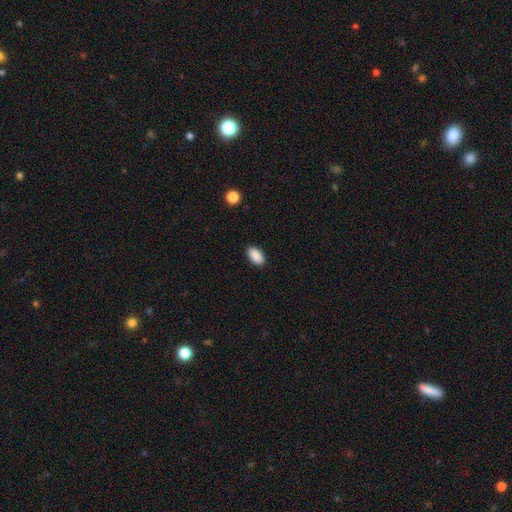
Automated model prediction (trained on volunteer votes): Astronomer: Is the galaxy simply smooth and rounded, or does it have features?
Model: smooth — 89%.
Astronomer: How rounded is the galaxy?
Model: in between — 94%.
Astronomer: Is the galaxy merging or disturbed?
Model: none — 89%.